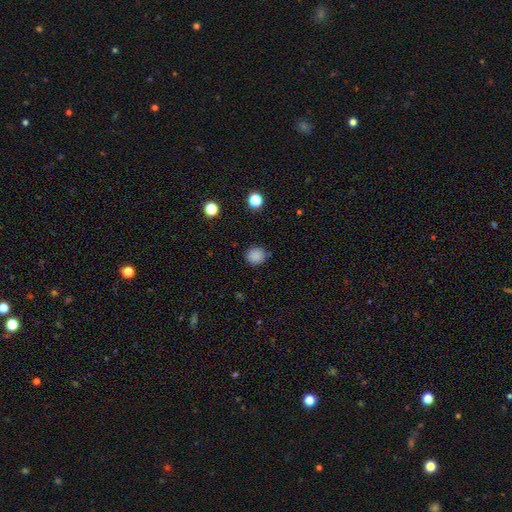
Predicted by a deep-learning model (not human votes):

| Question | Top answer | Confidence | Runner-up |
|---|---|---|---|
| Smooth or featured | smooth | 85% | star or artifact (12%) |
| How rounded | round | 87% | in between (12%) |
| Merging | none | 84% | minor disturbance (12%) |